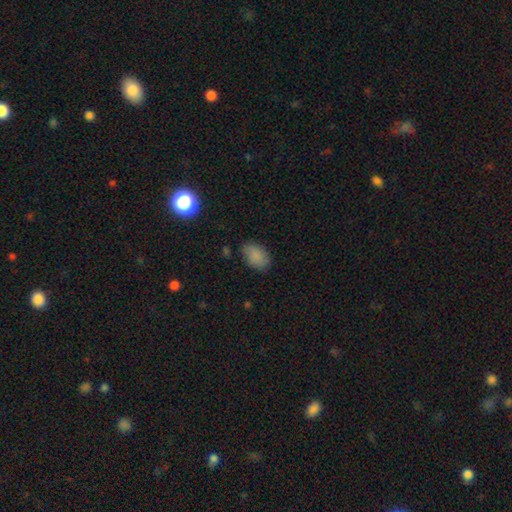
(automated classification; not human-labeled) smooth-or-featured: smooth: 86% | star or artifact: 9% | featured or disk: 6%
  how-rounded: in between: 89% | round: 10% | cigar-shaped: 1%
  merging: none: 77% | minor disturbance: 17% | major disturbance: 4% | merger: 2%